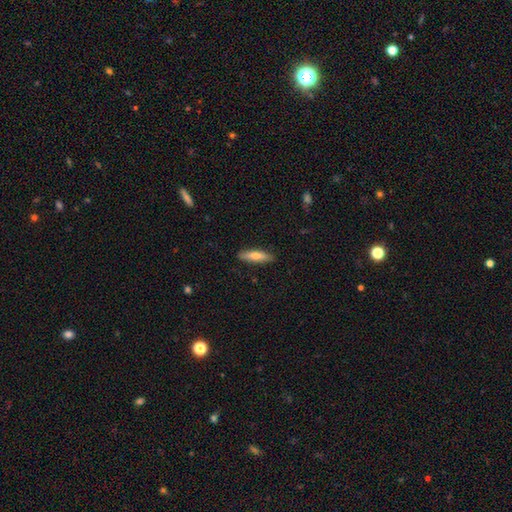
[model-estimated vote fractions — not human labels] smooth_or_featured: smooth (p=0.66) [alt: featured or disk p=0.28]
how_rounded: cigar-shaped (p=0.71) [alt: in between p=0.27]
merging: none (p=0.88) [alt: minor disturbance p=0.09]